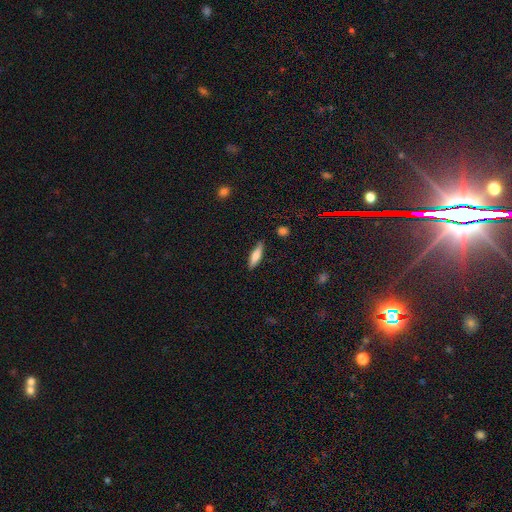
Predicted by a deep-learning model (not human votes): Morphology: type=smooth (67%); roundness=cigar-shaped (64%); merging=none (83%).